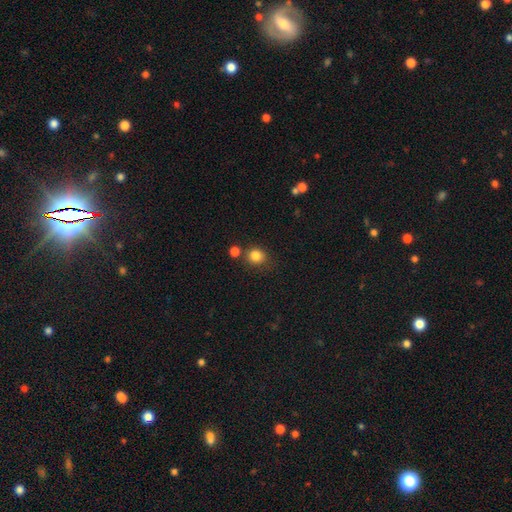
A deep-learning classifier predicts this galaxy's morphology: Smooth or featured? Predicted: smooth (p=0.83). How rounded? Predicted: round (p=0.82). Merging? Predicted: none (p=0.72).